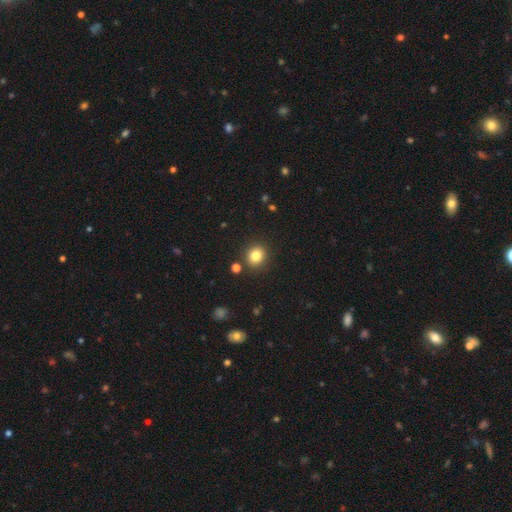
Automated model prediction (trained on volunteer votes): smooth_or_featured: smooth (p=0.82) [alt: star or artifact p=0.12]
how_rounded: round (p=0.83) [alt: in between p=0.16]
merging: none (p=0.87) [alt: minor disturbance p=0.07]